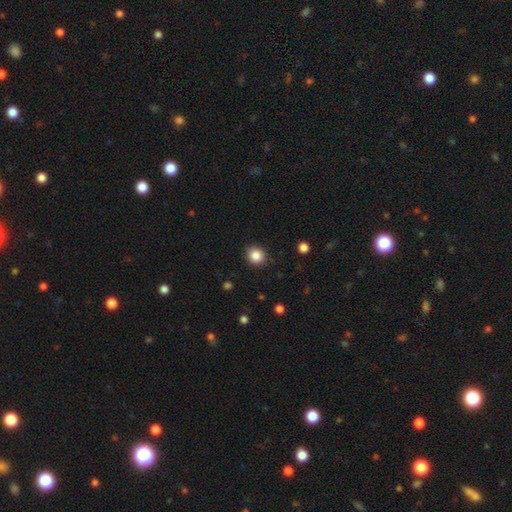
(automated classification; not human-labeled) This appears to be a smooth galaxy with no disk features (86%) that is round (83%). Merging: none (88%).